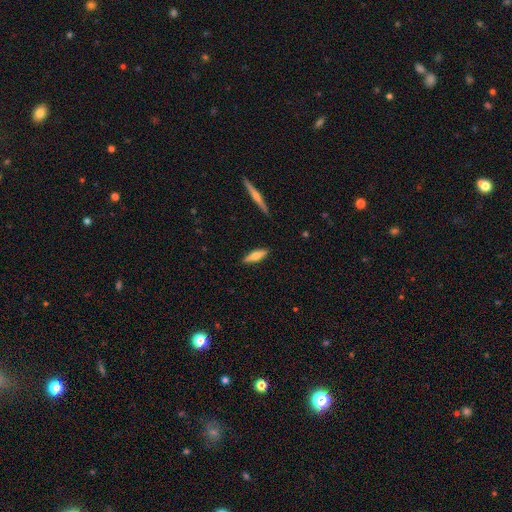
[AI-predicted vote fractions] Overall: smooth (57%; featured or disk 37%). How rounded: cigar-shaped (64%; in between 34%). Merging: none (87%).